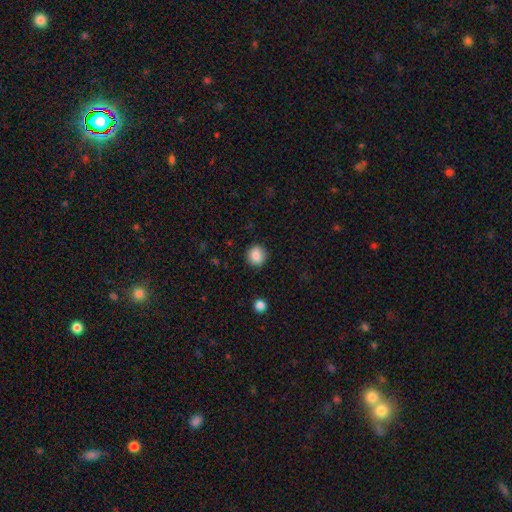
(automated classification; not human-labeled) This appears to be a smooth galaxy with no disk features (87%) that is round (87%). Merging: none (89%).